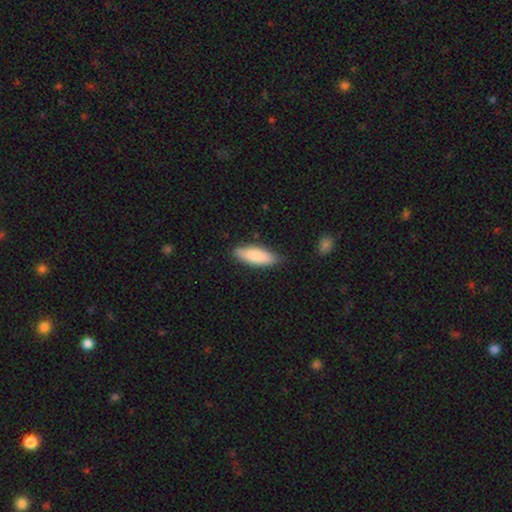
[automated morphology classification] type=smooth (84%); roundness=in between (65%); merging=none (81%).